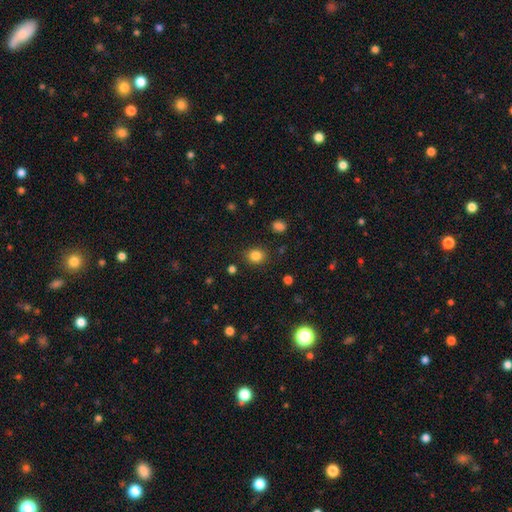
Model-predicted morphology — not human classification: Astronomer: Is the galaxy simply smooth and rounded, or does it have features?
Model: smooth — 83%.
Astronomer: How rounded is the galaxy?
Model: round — 69%.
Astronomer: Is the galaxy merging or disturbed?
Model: none — 85%.